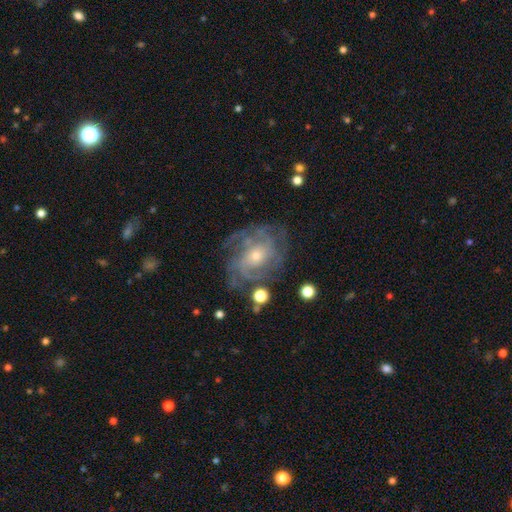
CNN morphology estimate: Q: Smooth or featured?
A: featured or disk (84%); runner-up: smooth (9%)
Q: Edge-on disk?
A: no (97%); runner-up: yes (3%)
Q: Bar?
A: no (72%); runner-up: weak (23%)
Q: Spiral arms?
A: yes (92%); runner-up: no (8%)
Q: Spiral winding?
A: tight (57%); runner-up: medium (33%)
Q: Spiral arm count?
A: can't tell (38%); runner-up: 4 (19%)
Q: Bulge size?
A: small (60%); runner-up: moderate (35%)
Q: Merging?
A: none (70%); runner-up: minor disturbance (17%)